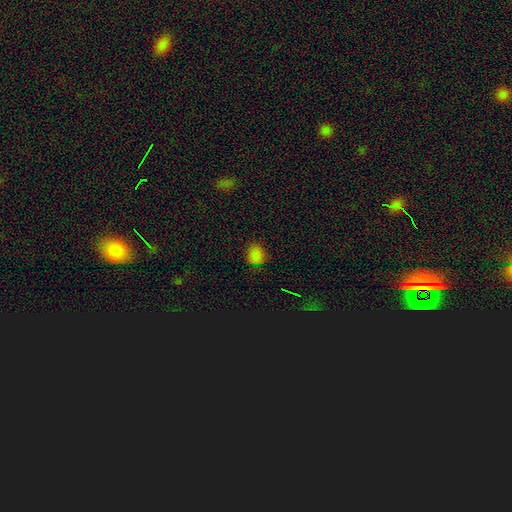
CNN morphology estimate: type=smooth (74%); roundness=round (70%); merging=none (78%).